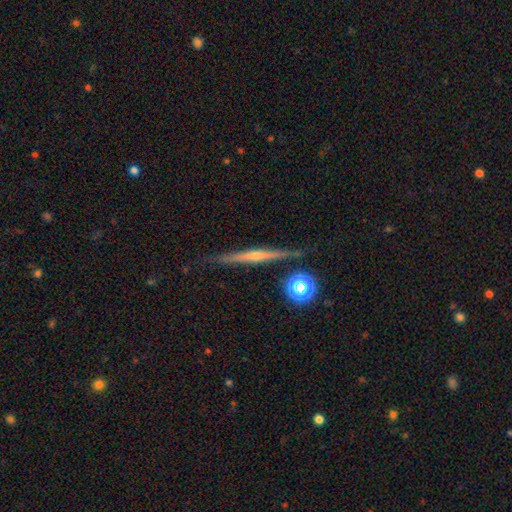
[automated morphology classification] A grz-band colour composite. It shows a featured or disk galaxy (76%) viewed edge-on (97%) with a rounded central bulge (69%). Merging: none (87%).